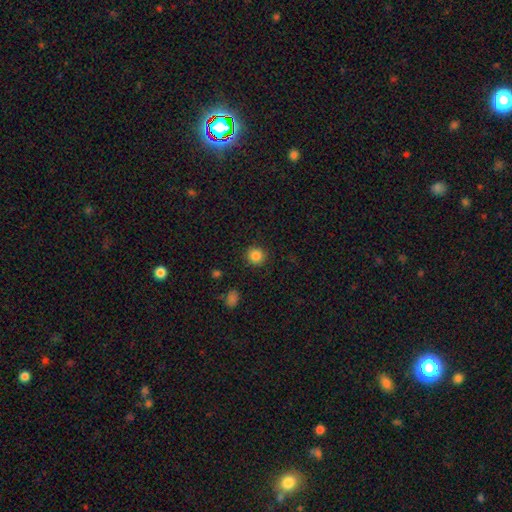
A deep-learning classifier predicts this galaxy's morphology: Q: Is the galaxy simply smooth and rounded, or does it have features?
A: smooth — 85%.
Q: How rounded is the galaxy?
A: round — 92%.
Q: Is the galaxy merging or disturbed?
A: none — 90%.